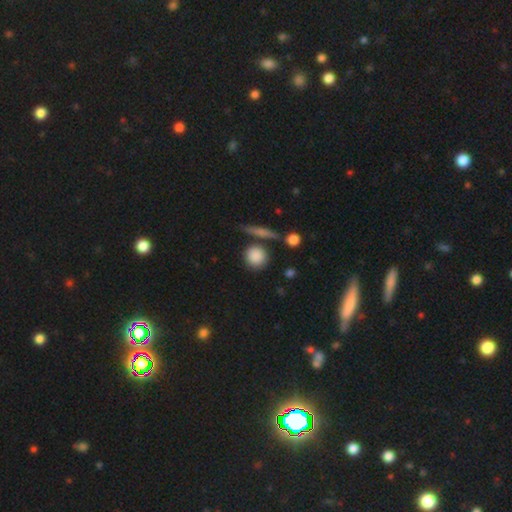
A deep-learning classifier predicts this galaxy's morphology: Smooth or featured: smooth — 85% (star or artifact — 8%)
How rounded: round — 88% (in between — 9%)
Merging: none — 76% (minor disturbance — 11%)